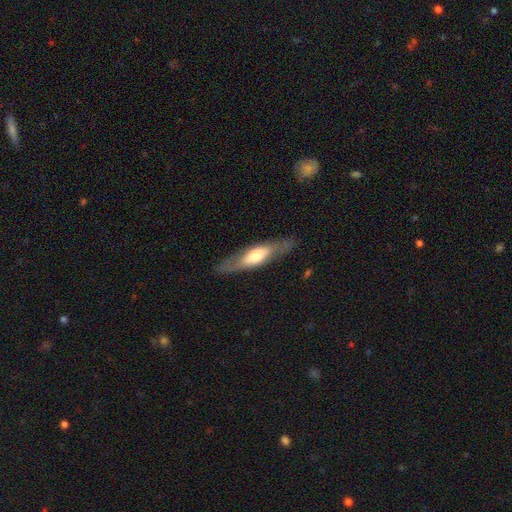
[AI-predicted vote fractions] Overall: featured or disk (51%; smooth 44%). Edge-on disk: yes (67%; no 33%). Merging: none (82%).